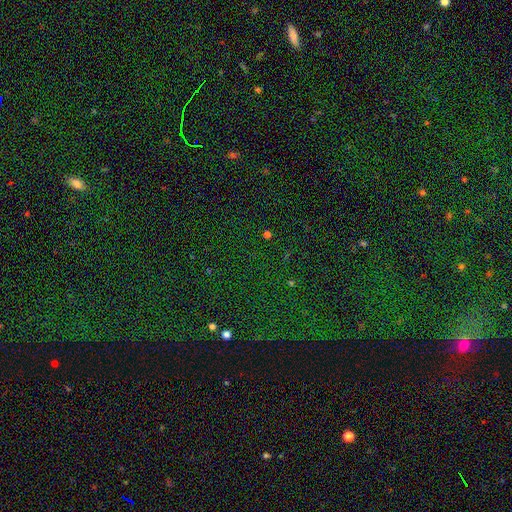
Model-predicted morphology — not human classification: star or artifact 81%, smooth 11%, featured or disk 8%.